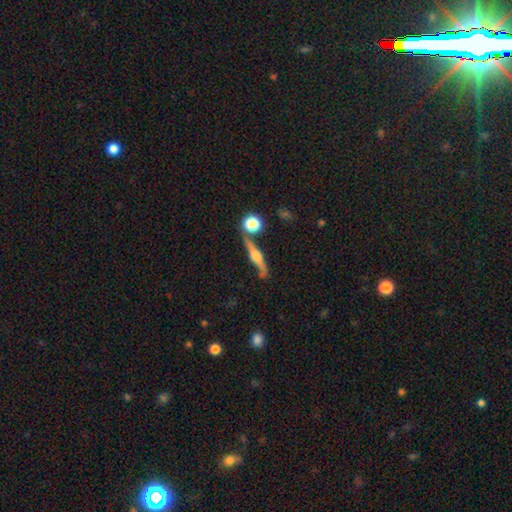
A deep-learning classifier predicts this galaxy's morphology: Q: Smooth or featured?
A: featured or disk (77%); runner-up: smooth (16%)
Q: Edge-on disk?
A: yes (94%); runner-up: no (6%)
Q: Edge-on bulge?
A: rounded (92%); runner-up: boxy (6%)
Q: Merging?
A: none (78%); runner-up: minor disturbance (11%)